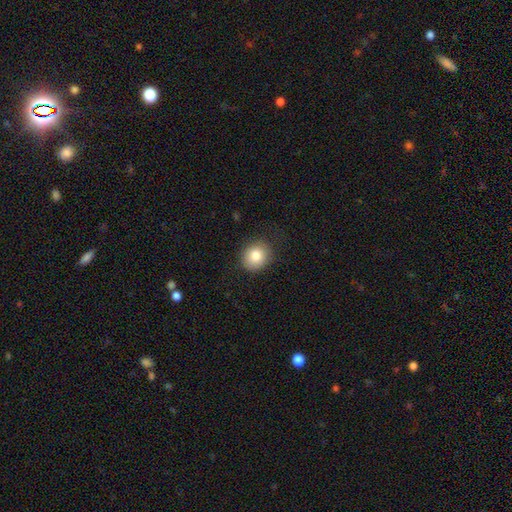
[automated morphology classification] Smooth or featured? smooth (82%)
How rounded? round (74%)
Merging? none (84%)